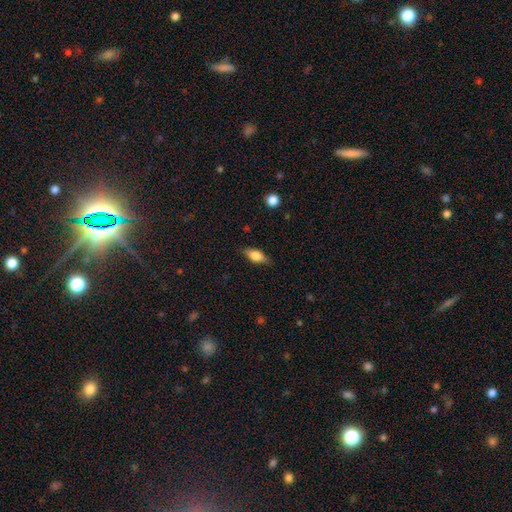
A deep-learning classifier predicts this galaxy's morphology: smooth 72%, featured or disk 21%, star or artifact 7%. Down the decision tree: how rounded — in between (77%); merging — none (82%).